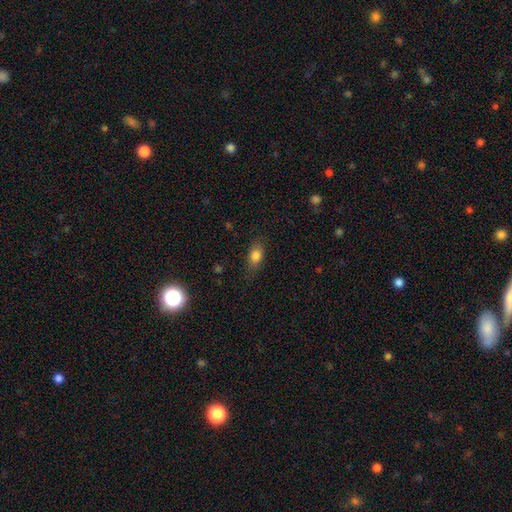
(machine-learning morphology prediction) smooth_or_featured: smooth (p=0.81) [alt: featured or disk p=0.10]
how_rounded: in between (p=0.80) [alt: round p=0.14]
merging: none (p=0.78) [alt: minor disturbance p=0.16]